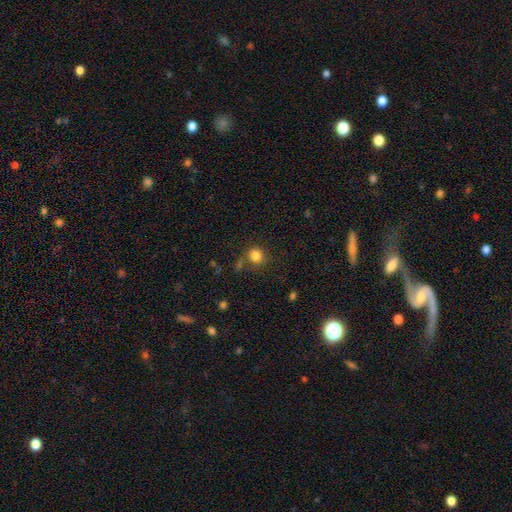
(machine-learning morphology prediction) Smooth or featured? smooth (82%)
How rounded? round (81%)
Merging? none (73%)